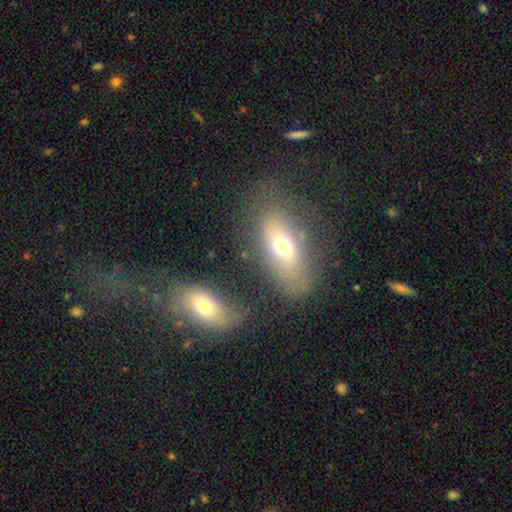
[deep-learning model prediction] Overall: smooth (52%; featured or disk 37%). How rounded: in between (81%). Merging: none (38%; merger 31%).